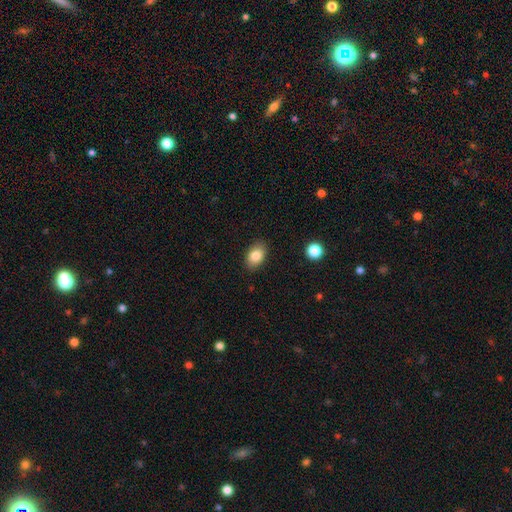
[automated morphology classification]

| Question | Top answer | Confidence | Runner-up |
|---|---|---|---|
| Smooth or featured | smooth | 84% | star or artifact (8%) |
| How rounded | in between | 86% | round (13%) |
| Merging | none | 87% | minor disturbance (9%) |